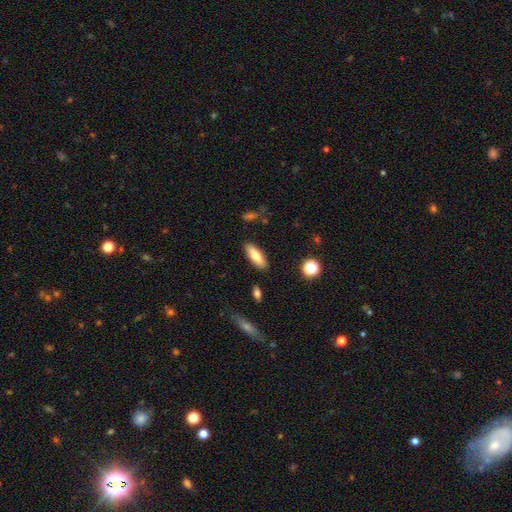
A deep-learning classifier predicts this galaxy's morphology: smooth 74%, featured or disk 19%, star or artifact 7%. Down the decision tree: how rounded — in between (68%); merging — none (87%).